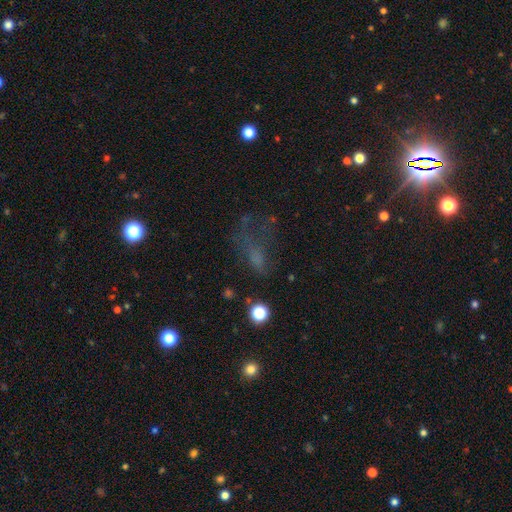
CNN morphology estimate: A smooth galaxy with no disk features (44%).

Vote fractions:
- Smooth or featured? smooth: 44% / star or artifact: 29% / featured or disk: 28%
- Merging? major disturbance: 42% / none: 35% / minor disturbance: 19% / merger: 4%